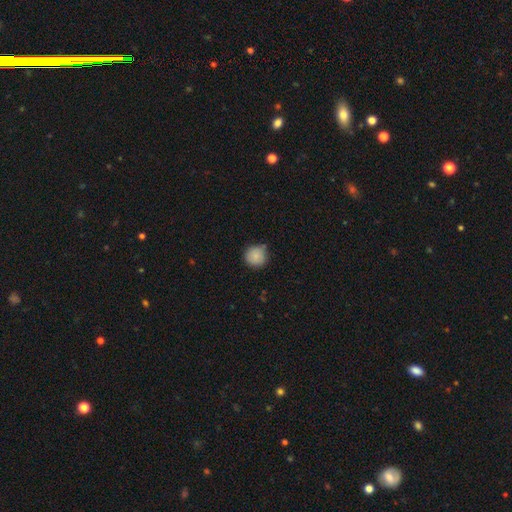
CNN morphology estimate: A smooth galaxy with no disk features (86%) that is round (93%). Merging: none (73%).